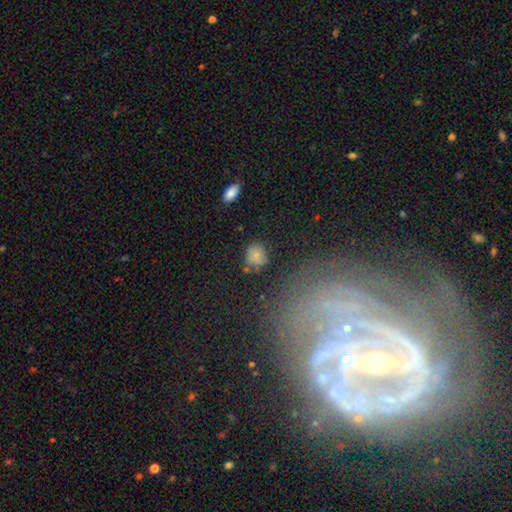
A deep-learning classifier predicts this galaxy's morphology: Smooth or featured? Predicted: smooth (p=0.74). How rounded? Predicted: round (p=0.80). Merging? Predicted: none (p=0.68).